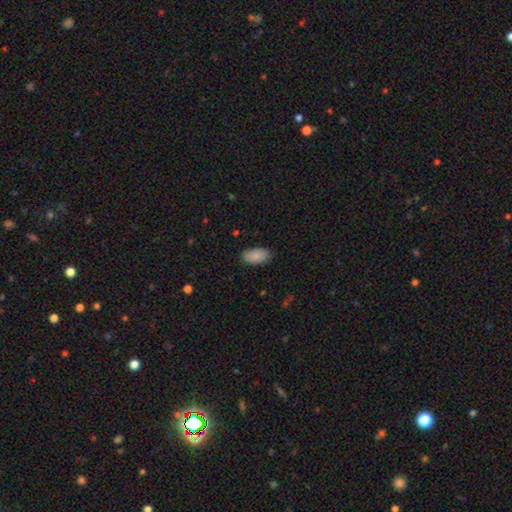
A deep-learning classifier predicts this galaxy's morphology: This is clearly a smooth galaxy (89%). How rounded: clearly in between (94%). Merging: clearly none (84%).